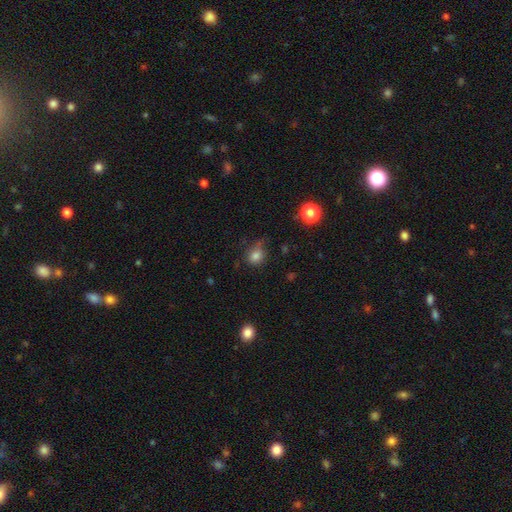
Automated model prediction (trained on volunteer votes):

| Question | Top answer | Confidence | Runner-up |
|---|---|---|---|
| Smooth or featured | smooth | 80% | star or artifact (14%) |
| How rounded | round | 69% | in between (30%) |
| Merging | none | 60% | minor disturbance (28%) |